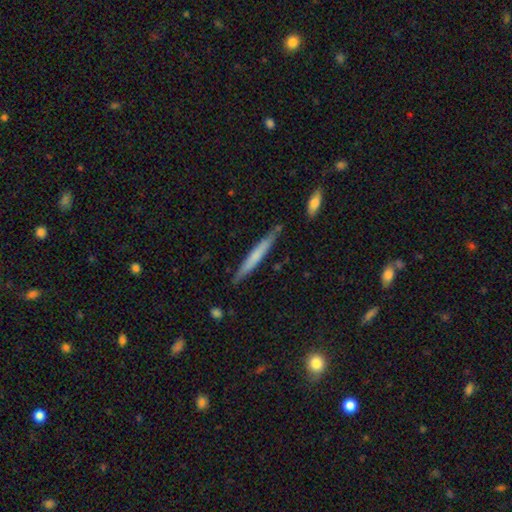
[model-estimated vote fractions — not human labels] This appears to be a smooth galaxy with no disk features (57%) that is cigar-shaped (96%). Merging: none (85%).